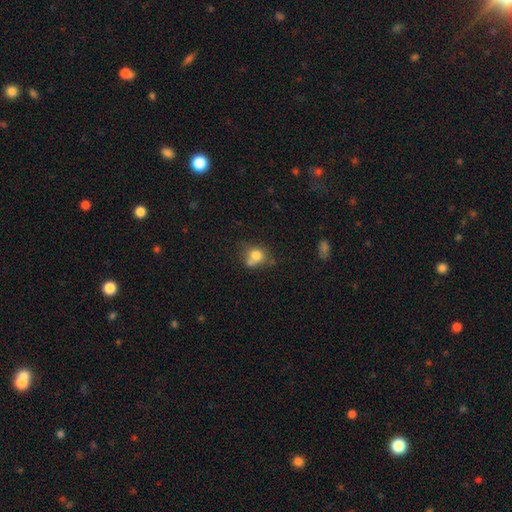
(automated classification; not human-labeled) The model was most divided on "merging": none: 45%, merger: 28%, minor disturbance: 19%, major disturbance: 7%. More confident: smooth or featured — smooth (76%); how rounded — round (70%).